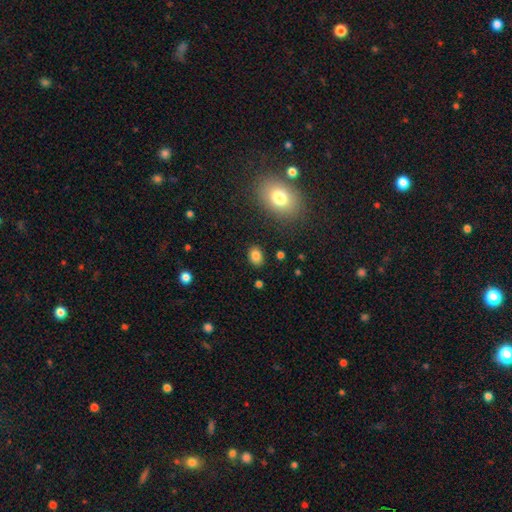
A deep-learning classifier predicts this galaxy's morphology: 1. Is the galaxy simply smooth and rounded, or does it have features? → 82% smooth, 11% star or artifact, 6% featured or disk.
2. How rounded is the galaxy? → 68% in between, 31% round, 1% cigar-shaped.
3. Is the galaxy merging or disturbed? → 87% none, 9% minor disturbance, 3% major disturbance, 2% merger.